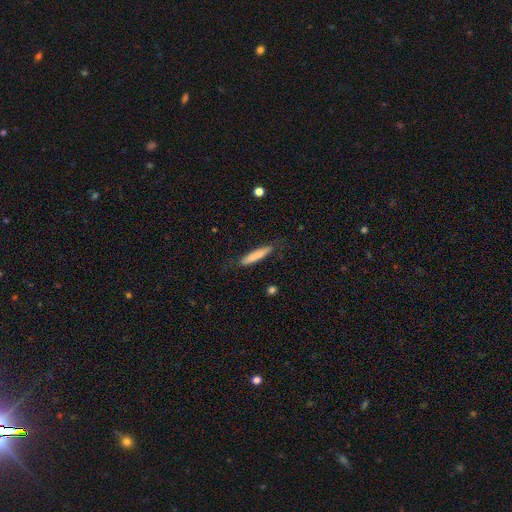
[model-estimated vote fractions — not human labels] Q: Smooth or featured?
A: smooth (78%); runner-up: featured or disk (16%)
Q: How rounded?
A: cigar-shaped (89%); runner-up: in between (9%)
Q: Merging?
A: none (79%); runner-up: minor disturbance (16%)